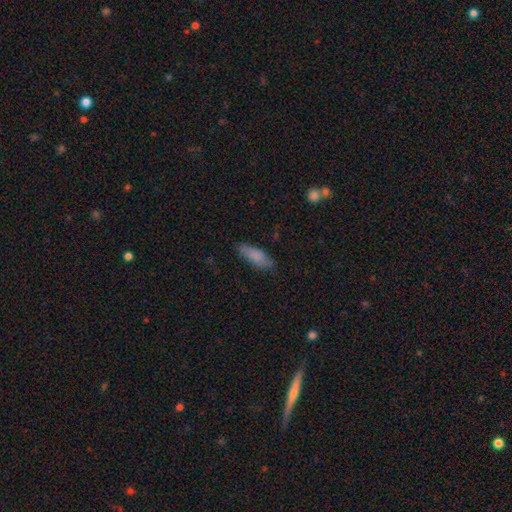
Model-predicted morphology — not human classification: Smooth or featured? Predicted: smooth (p=0.83). How rounded? Predicted: in between (p=0.62). Merging? Predicted: none (p=0.77).